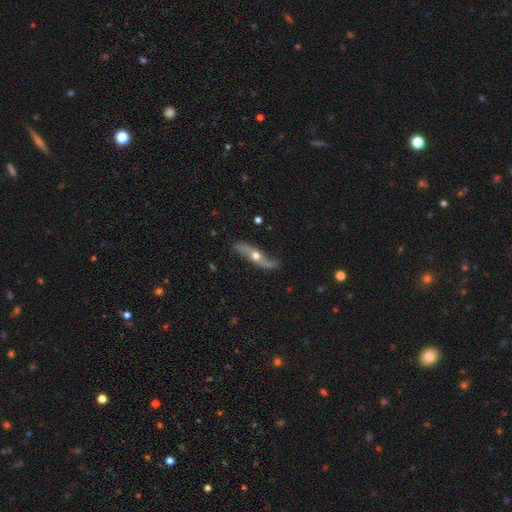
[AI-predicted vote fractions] smooth_or_featured: featured or disk (p=0.81) [alt: smooth p=0.13]
disk_edge_on: no (p=0.55) [alt: yes p=0.45]
merging: none (p=0.79) [alt: minor disturbance p=0.15]